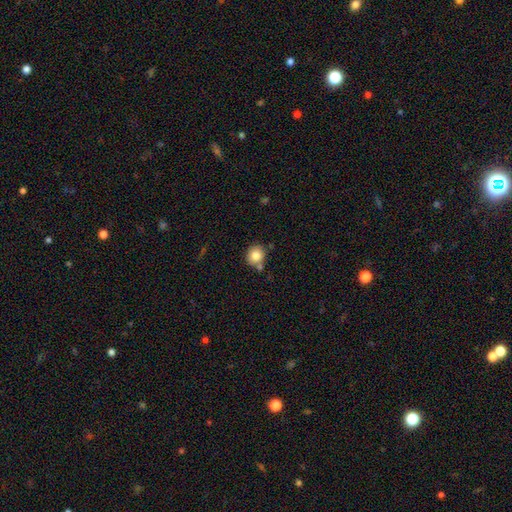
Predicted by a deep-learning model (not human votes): Smooth or featured?
  - smooth: 80% *
  - featured or disk: 10%
  - star or artifact: 10%
How rounded?
  - round: 84% *
  - in between: 15%
  - cigar-shaped: 1%
Merging?
  - none: 68% *
  - merger: 15%
  - minor disturbance: 14%
  - major disturbance: 3%